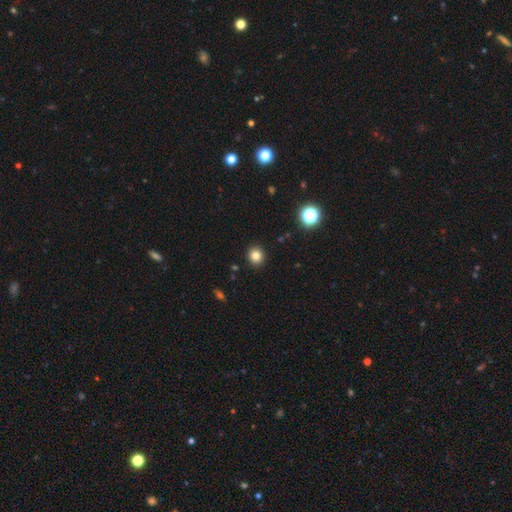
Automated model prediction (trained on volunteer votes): This is clearly a smooth galaxy (81%). How rounded: clearly round (85%). Merging: clearly none (91%).